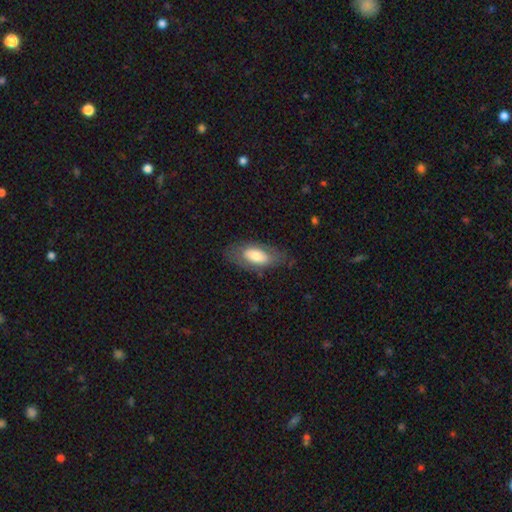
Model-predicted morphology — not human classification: This appears to be a smooth galaxy with no disk features (65%) that is in between round and cigar-shaped (88%). Merging: none (71%).